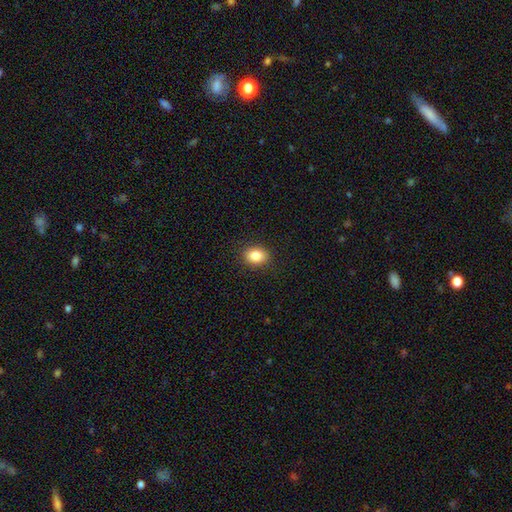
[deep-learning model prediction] Q: Smooth or featured?
A: smooth (86%); runner-up: star or artifact (9%)
Q: How rounded?
A: in between (60%); runner-up: round (39%)
Q: Merging?
A: none (89%); runner-up: minor disturbance (8%)